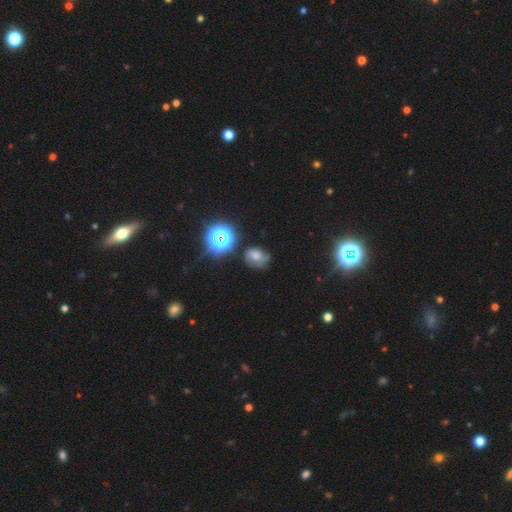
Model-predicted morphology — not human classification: This appears to be a smooth galaxy with no disk features (59%) that is round (57%). Merging: none (53%).